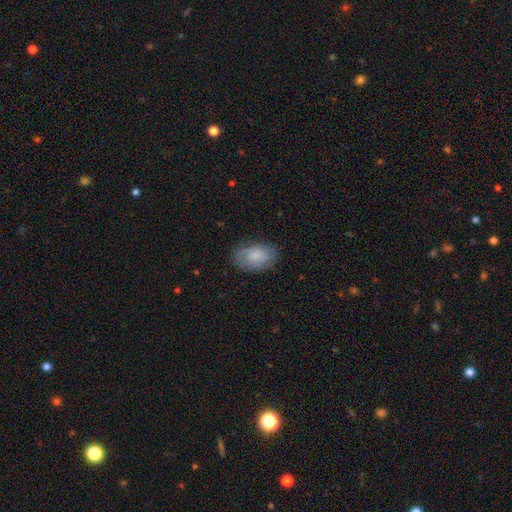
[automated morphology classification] Smooth or featured? Predicted: smooth (p=0.76). How rounded? Predicted: in between (p=0.91). Merging? Predicted: none (p=0.78).